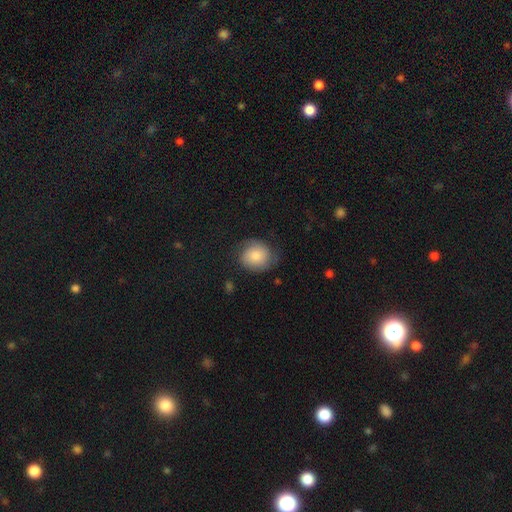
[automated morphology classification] Overall: smooth (67%). How rounded: round (76%). Merging: none (68%).